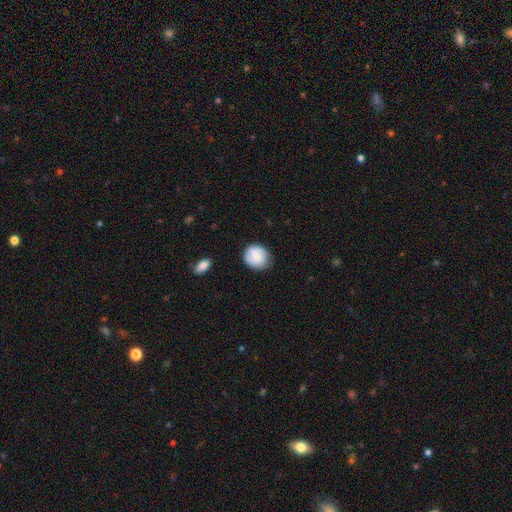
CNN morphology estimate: Q: Smooth or featured?
A: smooth (75%); runner-up: featured or disk (18%)
Q: How rounded?
A: round (80%); runner-up: in between (19%)
Q: Merging?
A: none (79%); runner-up: minor disturbance (16%)